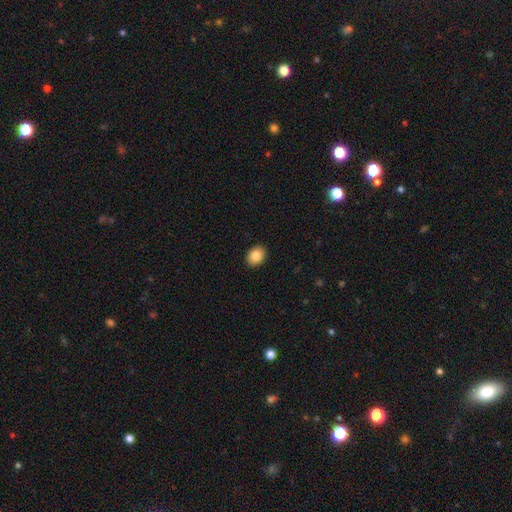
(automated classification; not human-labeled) This is clearly a smooth galaxy (85%). How rounded: likely in between (62%). Merging: clearly none (91%).